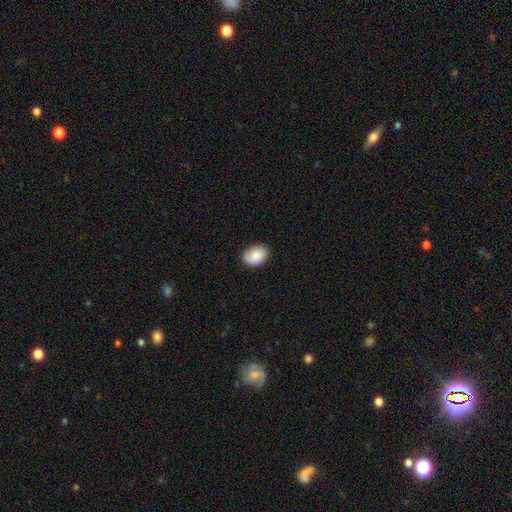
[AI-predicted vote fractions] Smooth or featured? smooth (86%)
How rounded? in between (74%)
Merging? none (84%)